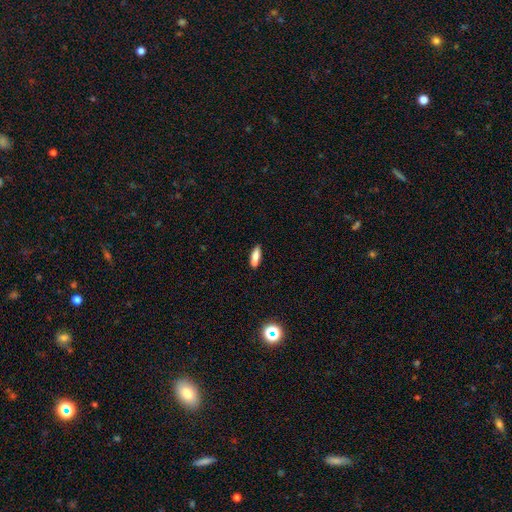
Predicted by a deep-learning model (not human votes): This is likely a smooth galaxy (76%). How rounded: possibly in between (51%). Merging: likely none (70%).